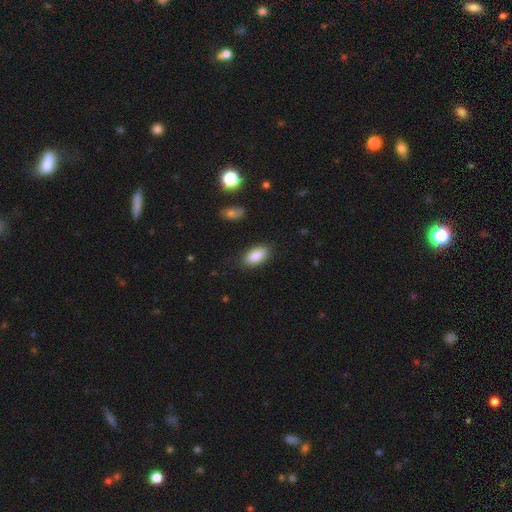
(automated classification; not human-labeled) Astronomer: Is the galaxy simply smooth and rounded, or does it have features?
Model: smooth — 88%.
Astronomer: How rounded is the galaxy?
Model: in between — 92%.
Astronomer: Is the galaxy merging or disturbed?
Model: none — 86%.